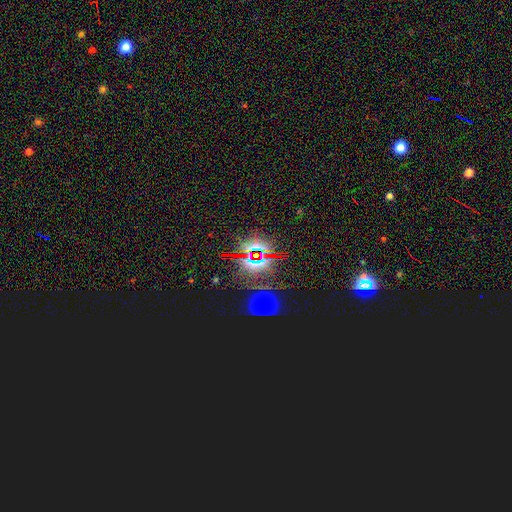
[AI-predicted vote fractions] smooth_or_featured: star or artifact (p=0.79) [alt: smooth p=0.12]